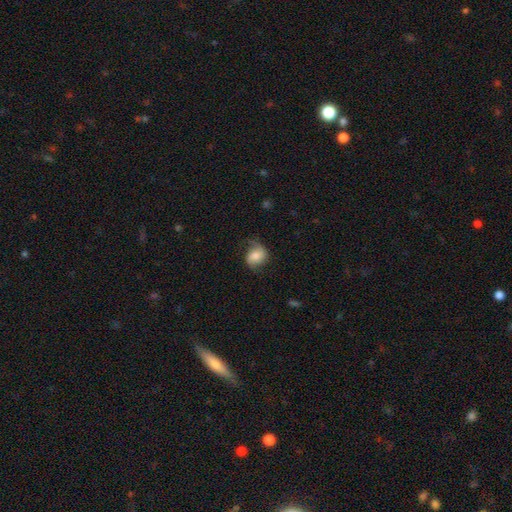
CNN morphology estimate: Smooth or featured? smooth (56%)
How rounded? round (53%)
Merging? none (52%)